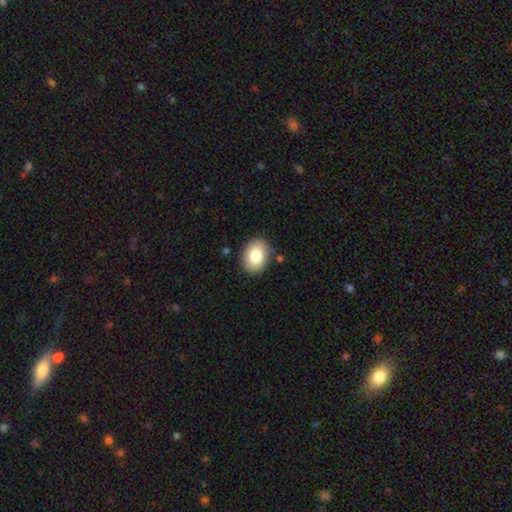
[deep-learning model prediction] A smooth galaxy with no disk features (84%) that is in between round and cigar-shaped (70%). Merging: none (85%).